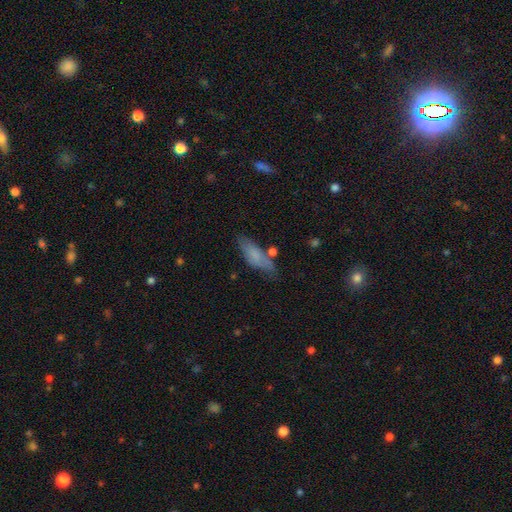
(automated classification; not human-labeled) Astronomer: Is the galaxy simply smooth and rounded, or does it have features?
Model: smooth — 71%.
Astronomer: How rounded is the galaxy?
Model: in between — 60% (runner-up: cigar-shaped, 38%).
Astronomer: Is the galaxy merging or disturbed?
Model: none — 60%.